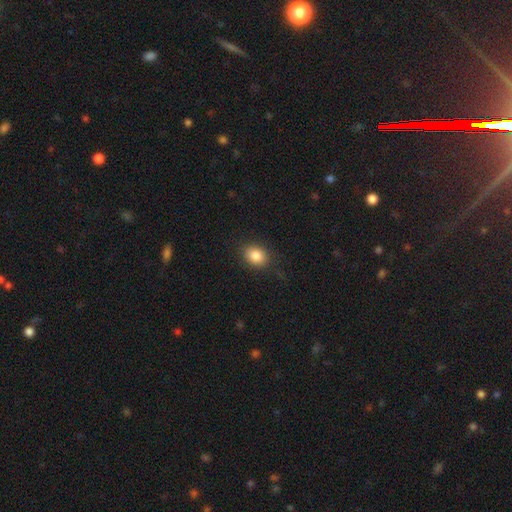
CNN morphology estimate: This appears to be a smooth galaxy with no disk features (85%) that is in between round and cigar-shaped (56%). Merging: none (84%).